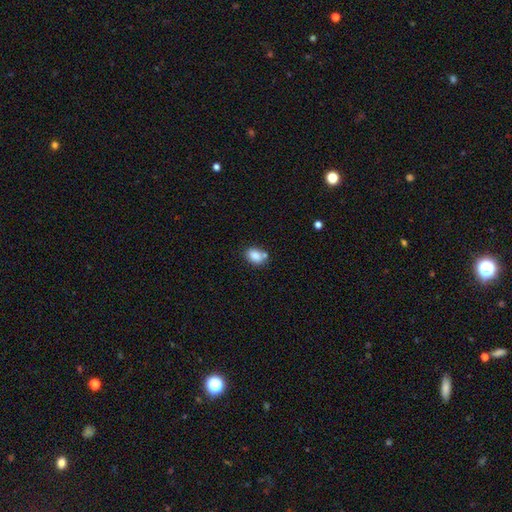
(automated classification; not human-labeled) Q: Smooth or featured?
A: smooth (84%); runner-up: star or artifact (9%)
Q: How rounded?
A: in between (74%); runner-up: round (25%)
Q: Merging?
A: none (62%); runner-up: merger (19%)